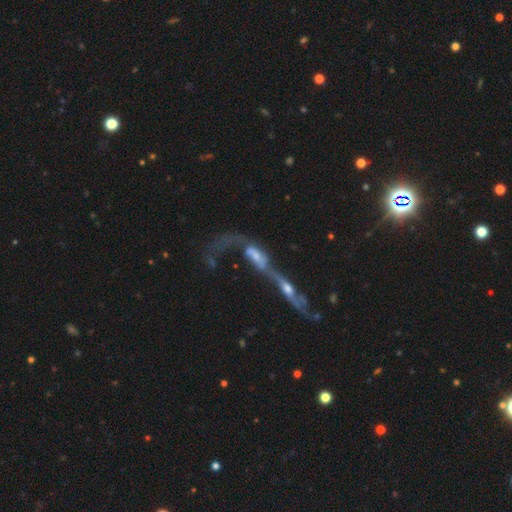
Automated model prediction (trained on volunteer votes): The model was most divided on "smooth or featured": featured or disk: 61%, smooth: 29%, star or artifact: 10%. More confident: merging — merger (77%); edge-on disk — no (76%).